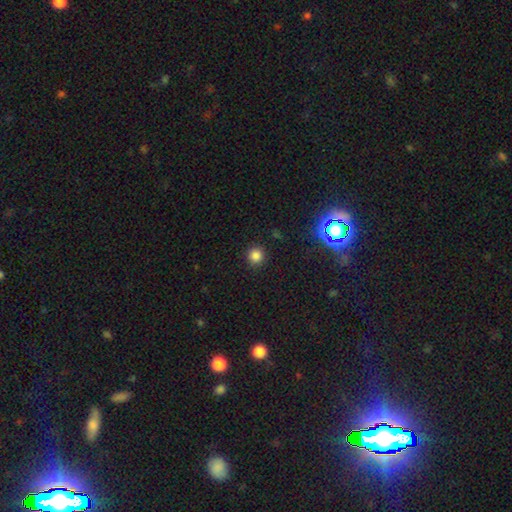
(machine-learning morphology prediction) A smooth galaxy with no disk features (82%) that is round (94%).

Vote fractions:
- Smooth or featured? smooth: 82% / star or artifact: 14% / featured or disk: 4%
- How rounded? round: 94% / in between: 5% / cigar-shaped: 1%
- Merging? none: 91% / minor disturbance: 5% / major disturbance: 2% / merger: 1%